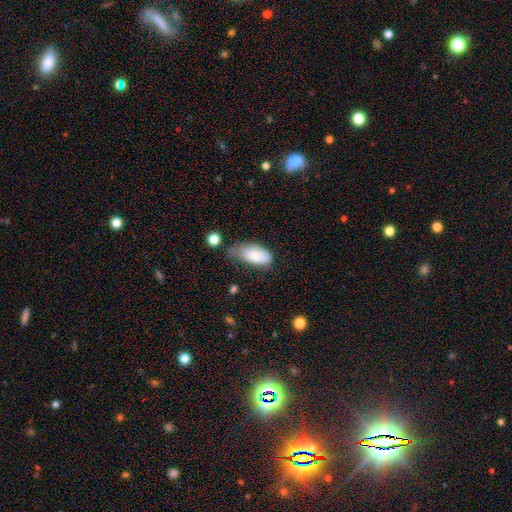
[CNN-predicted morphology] Overall: smooth (80%). How rounded: in between (92%). Merging: minor disturbance (42%; none 35%).